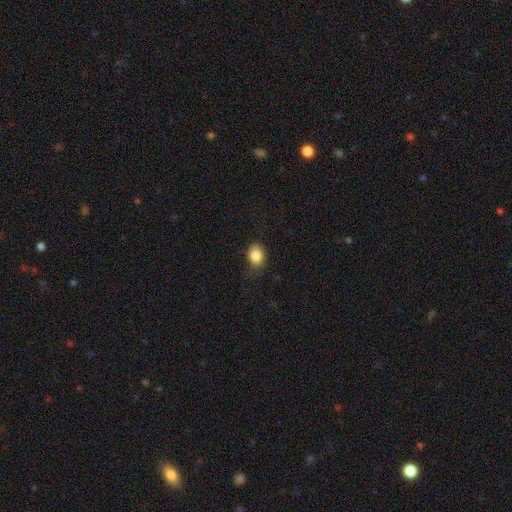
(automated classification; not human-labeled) A smooth galaxy with no disk features (85%) that is in between round and cigar-shaped (53%).

Vote fractions:
- Smooth or featured? smooth: 85% / star or artifact: 9% / featured or disk: 6%
- How rounded? in between: 53% / round: 46% / cigar-shaped: 1%
- Merging? none: 75% / minor disturbance: 19% / major disturbance: 4% / merger: 1%